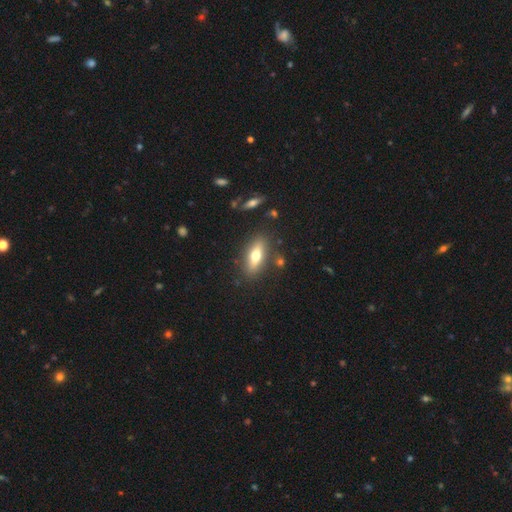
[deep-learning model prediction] This is possibly a smooth galaxy (58%). How rounded: likely in between (62%). Merging: clearly none (83%).